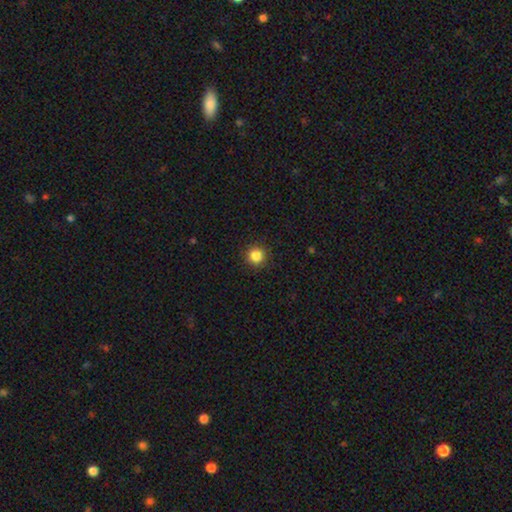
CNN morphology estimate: smooth-or-featured: smooth: 85% | star or artifact: 11% | featured or disk: 4%
  how-rounded: round: 95% | in between: 4% | cigar-shaped: 1%
  merging: none: 91% | minor disturbance: 6% | major disturbance: 2% | merger: 1%